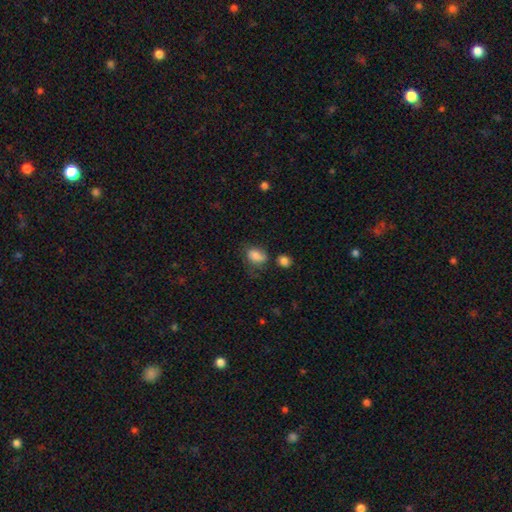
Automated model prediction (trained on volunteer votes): smooth-or-featured: smooth: 75% | featured or disk: 15% | star or artifact: 10%
  how-rounded: in between: 76% | round: 22% | cigar-shaped: 2%
  merging: none: 48% | minor disturbance: 30% | major disturbance: 14% | merger: 8%